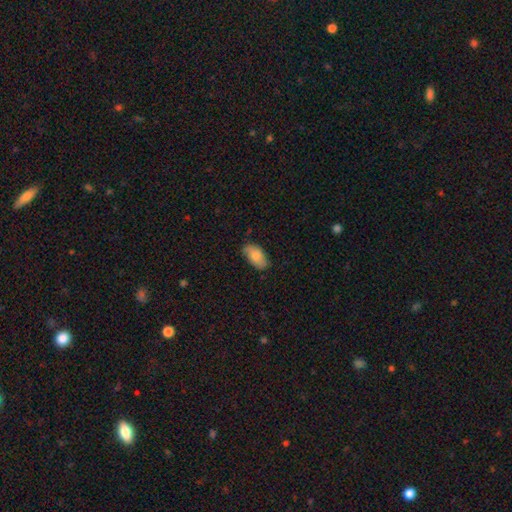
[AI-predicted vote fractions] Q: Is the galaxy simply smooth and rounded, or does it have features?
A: smooth — 78%.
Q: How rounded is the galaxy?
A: in between — 94%.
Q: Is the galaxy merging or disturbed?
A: none — 73%.